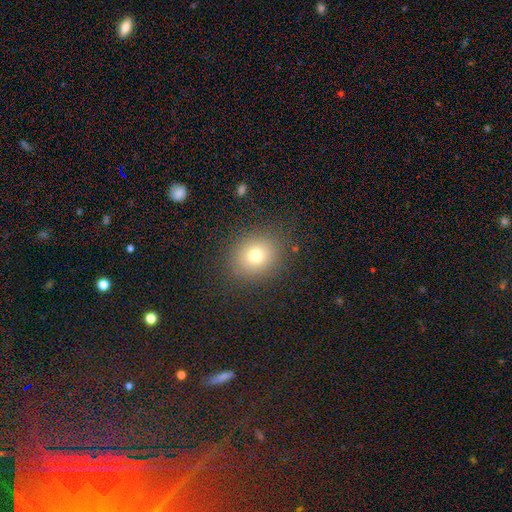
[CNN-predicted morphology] This appears to be a smooth galaxy with no disk features (75%) that is round (68%). Merging: none (87%).